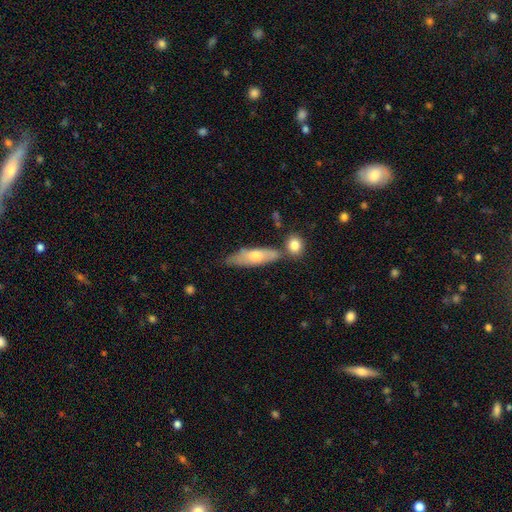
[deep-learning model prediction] smooth 57%, featured or disk 37%, star or artifact 6%. Down the decision tree: how rounded — cigar-shaped (50%); merging — none (59%).